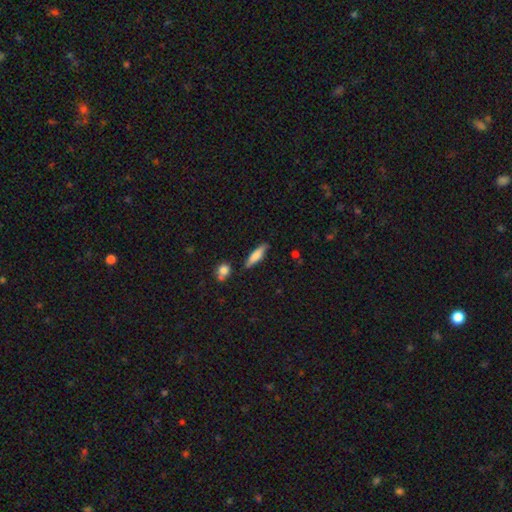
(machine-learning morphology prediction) A smooth galaxy with no disk features (70%) that is cigar-shaped (70%). Merging: none (79%).